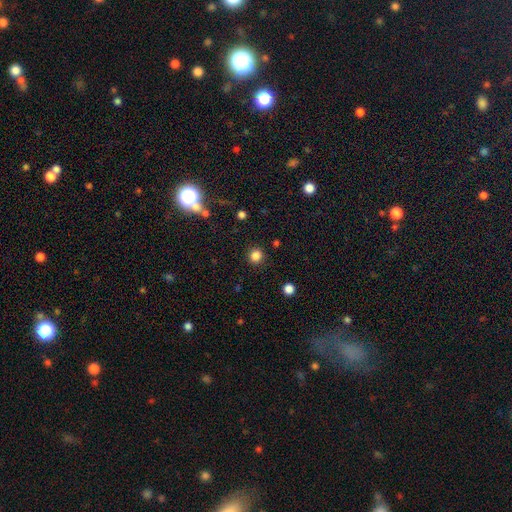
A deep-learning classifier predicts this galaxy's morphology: Q: Smooth or featured?
A: smooth (84%); runner-up: star or artifact (13%)
Q: How rounded?
A: round (93%); runner-up: in between (6%)
Q: Merging?
A: none (91%); runner-up: minor disturbance (6%)